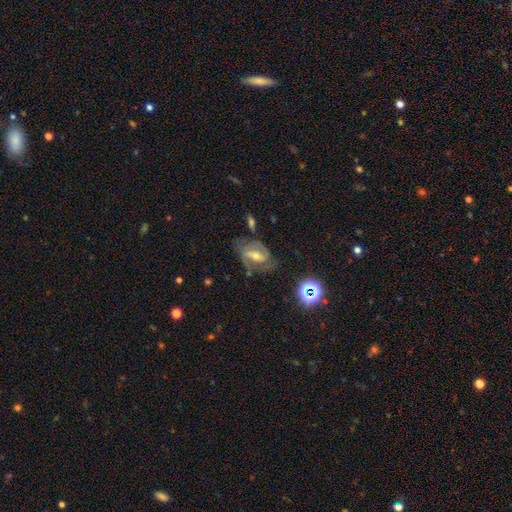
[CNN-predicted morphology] Overall: featured or disk (69%). Edge-on disk: no (95%). Bar: weak (41%; strong 37%). Spiral arms: yes (84%). Spiral arm count: 2 (74%). Spiral winding: medium (48%; tight 27%). Bulge size: moderate (59%; small 35%). Merging: none (59%; minor disturbance 23%).